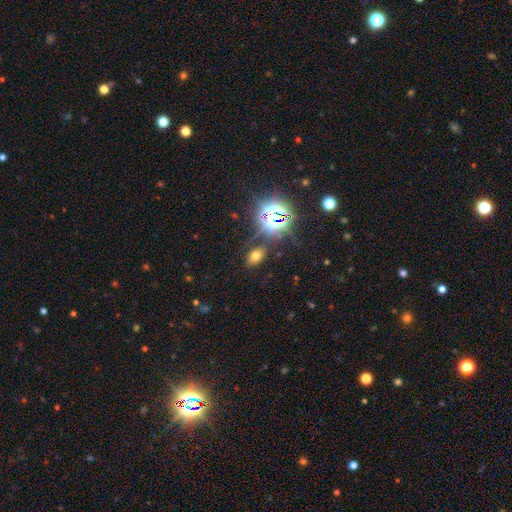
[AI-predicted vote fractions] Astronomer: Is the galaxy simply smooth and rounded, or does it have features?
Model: smooth — 53% (runner-up: star or artifact, 35%).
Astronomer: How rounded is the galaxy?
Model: in between — 84%.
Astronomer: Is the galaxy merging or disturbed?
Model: none — 82%.